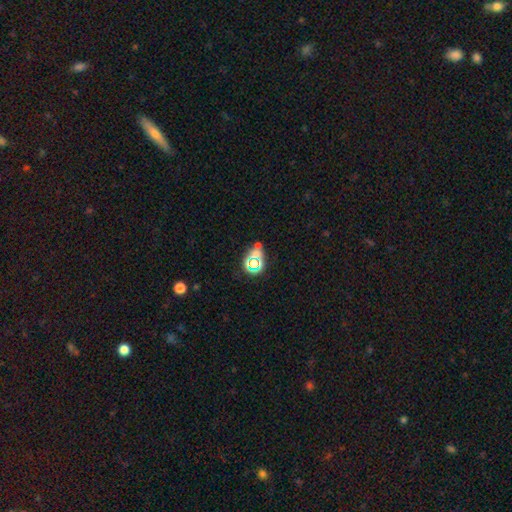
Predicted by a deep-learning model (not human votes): A star or artifact, not a galaxy (54%).